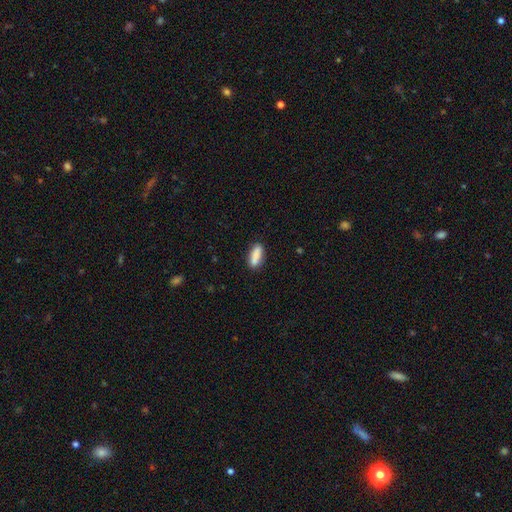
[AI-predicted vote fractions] Smooth or featured? smooth (86%)
How rounded? in between (61%)
Merging? none (82%)